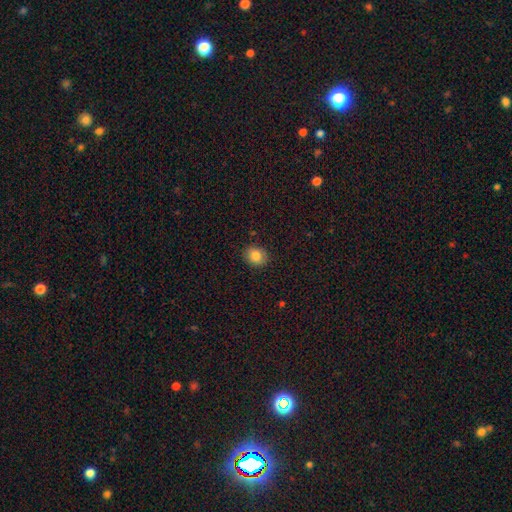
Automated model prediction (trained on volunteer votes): A smooth galaxy with no disk features (84%) that is round (57%). Merging: none (88%).